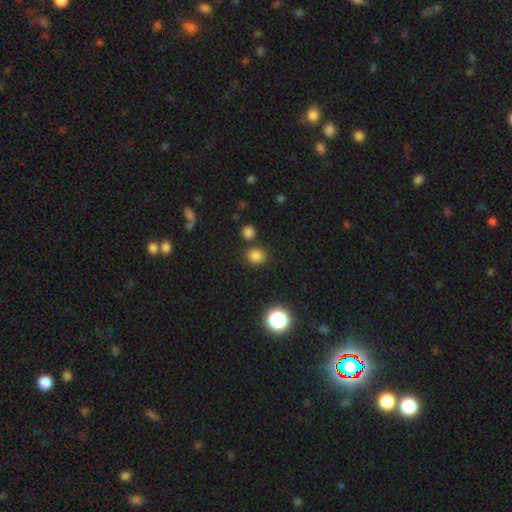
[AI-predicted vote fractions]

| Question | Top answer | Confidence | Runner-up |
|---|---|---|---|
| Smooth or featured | smooth | 79% | star or artifact (16%) |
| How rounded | round | 82% | in between (17%) |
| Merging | none | 79% | merger (10%) |